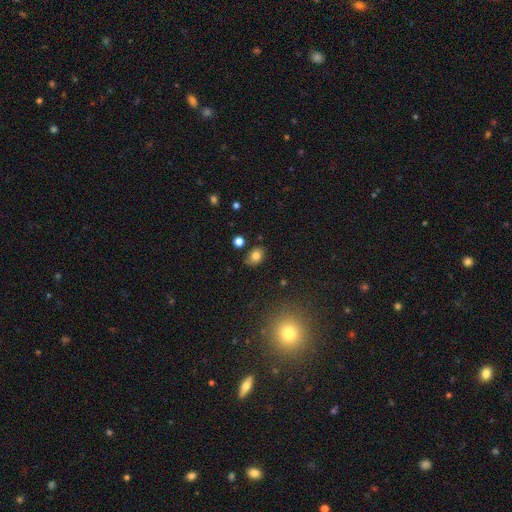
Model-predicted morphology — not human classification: smooth-or-featured: smooth: 79% | star or artifact: 12% | featured or disk: 9%
  how-rounded: in between: 69% | round: 30% | cigar-shaped: 1%
  merging: none: 75% | minor disturbance: 18% | major disturbance: 4% | merger: 3%